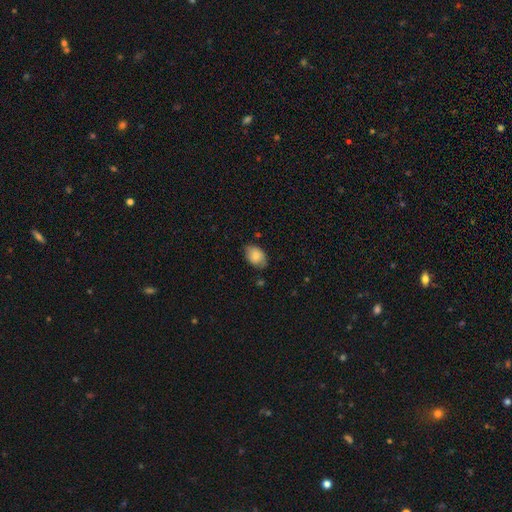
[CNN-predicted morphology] This appears to be a smooth galaxy with no disk features (78%) that is in between round and cigar-shaped (81%). Merging: none (67%).